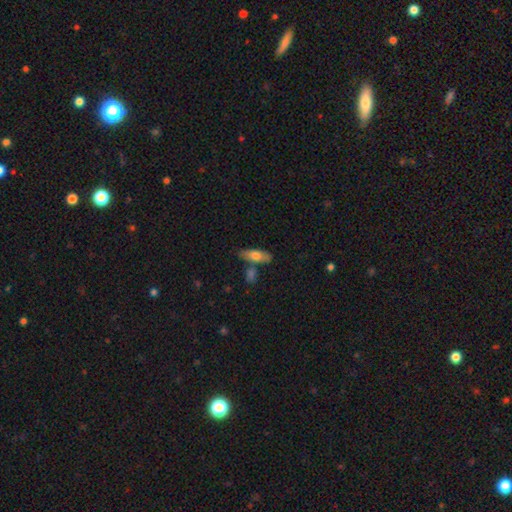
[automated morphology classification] Smooth or featured?
  - smooth: 68% *
  - featured or disk: 26%
  - star or artifact: 6%
How rounded?
  - in between: 61% *
  - cigar-shaped: 36%
  - round: 3%
Merging?
  - none: 66% *
  - minor disturbance: 15%
  - merger: 14%
  - major disturbance: 4%